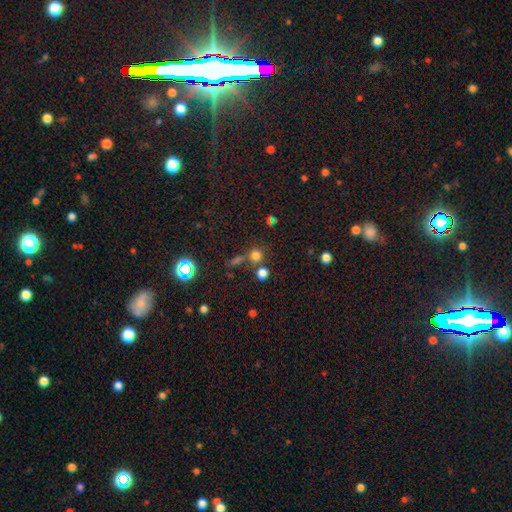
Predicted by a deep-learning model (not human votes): Smooth or featured? smooth (69%)
How rounded? round (90%)
Merging? none (65%)